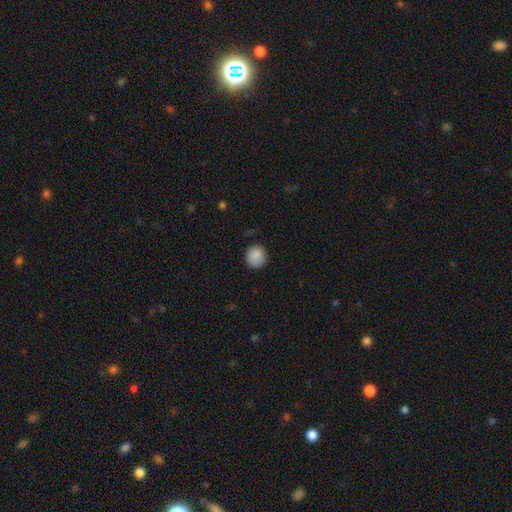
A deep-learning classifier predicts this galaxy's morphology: A smooth galaxy with no disk features (87%) that is round (92%). Merging: none (85%).